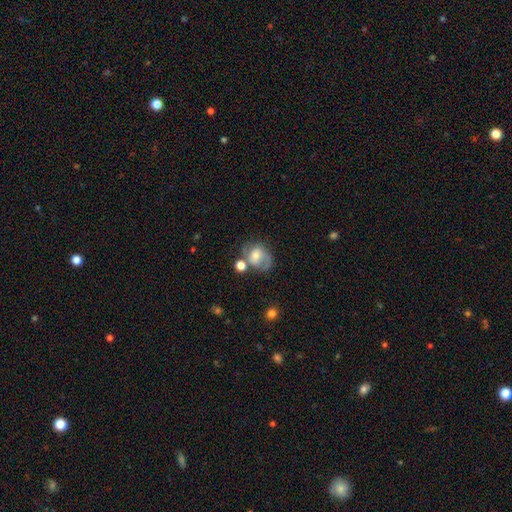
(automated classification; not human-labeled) smooth-or-featured: featured or disk: 45% (tied) | smooth: 45% (tied) | star or artifact: 10%
  merging: none: 42% | minor disturbance: 23% | merger: 19% | major disturbance: 17%